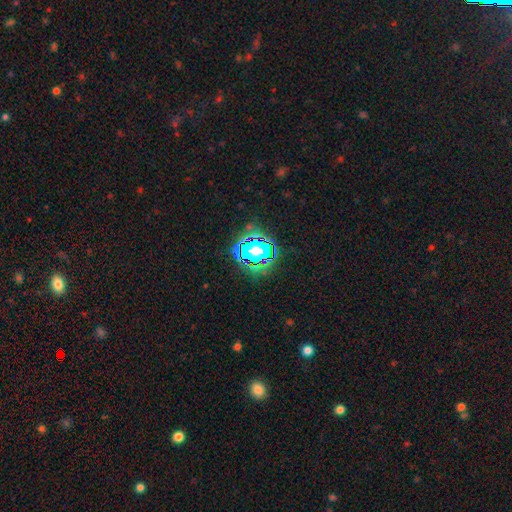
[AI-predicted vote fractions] A star or artifact, not a galaxy (79%).